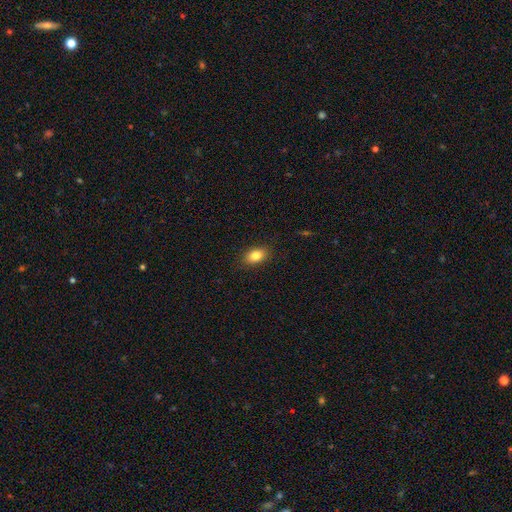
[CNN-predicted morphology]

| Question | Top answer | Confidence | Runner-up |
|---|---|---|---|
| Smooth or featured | smooth | 83% | star or artifact (9%) |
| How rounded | in between | 82% | round (16%) |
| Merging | none | 88% | minor disturbance (9%) |